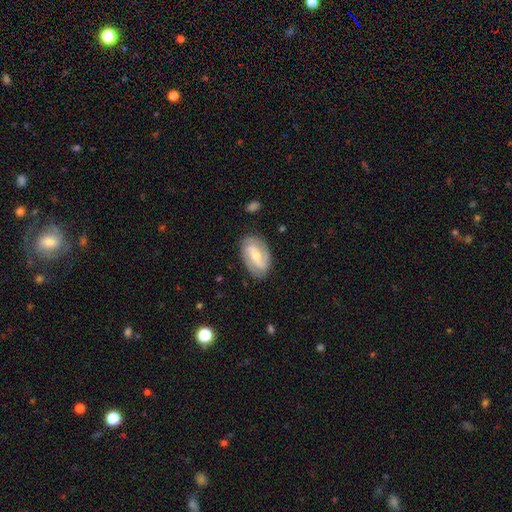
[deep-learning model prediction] Morphology: type=featured or disk (75%); edge-on=no (96%); bar=weak (46%); spiral arms=yes (92%); winding=medium (45%); arm count=2 (83%); bulge=moderate (47%); merging=none (81%).